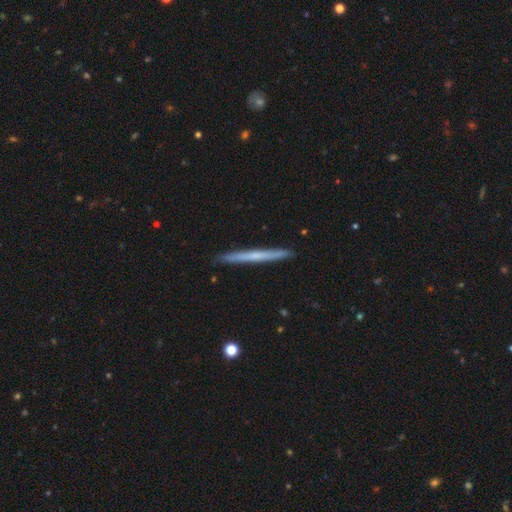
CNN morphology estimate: Q: Smooth or featured?
A: featured or disk (48%); runner-up: smooth (47%)
Q: Merging?
A: none (92%); runner-up: minor disturbance (5%)